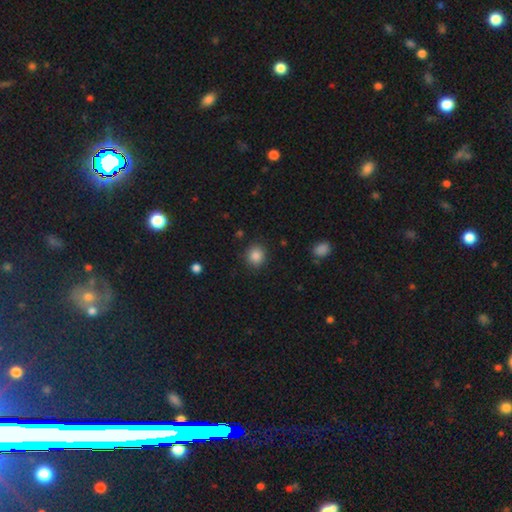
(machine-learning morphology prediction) This is clearly a smooth galaxy (86%). How rounded: clearly round (85%). Merging: clearly none (88%).